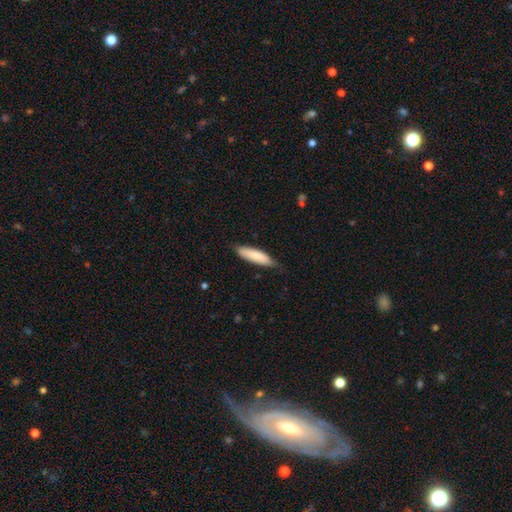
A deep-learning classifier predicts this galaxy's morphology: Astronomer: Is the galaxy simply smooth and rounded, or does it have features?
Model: smooth — 81%.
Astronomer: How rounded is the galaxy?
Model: cigar-shaped — 65%.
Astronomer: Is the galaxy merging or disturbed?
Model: none — 77%.